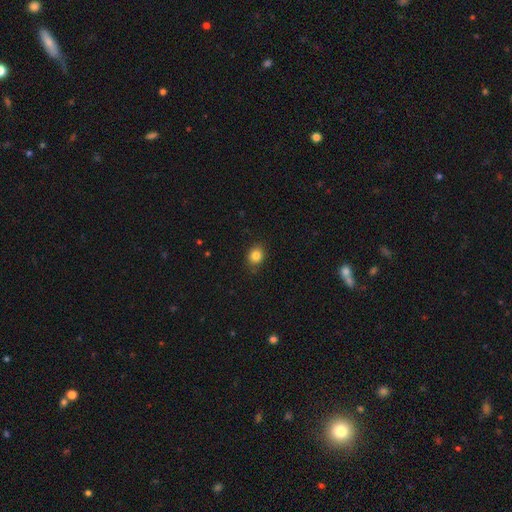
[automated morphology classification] A smooth galaxy with no disk features (84%) that is round (65%).

Vote fractions:
- Smooth or featured? smooth: 84% / star or artifact: 11% / featured or disk: 5%
- How rounded? round: 65% / in between: 34% / cigar-shaped: 1%
- Merging? none: 85% / minor disturbance: 11% / major disturbance: 2% / merger: 1%